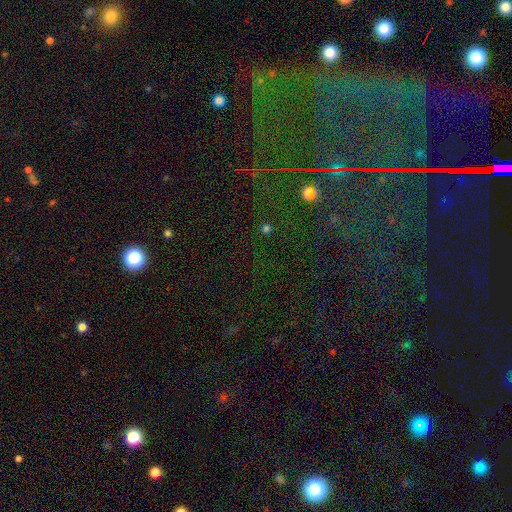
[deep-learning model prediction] Smooth or featured? Predicted: star or artifact (p=0.77).